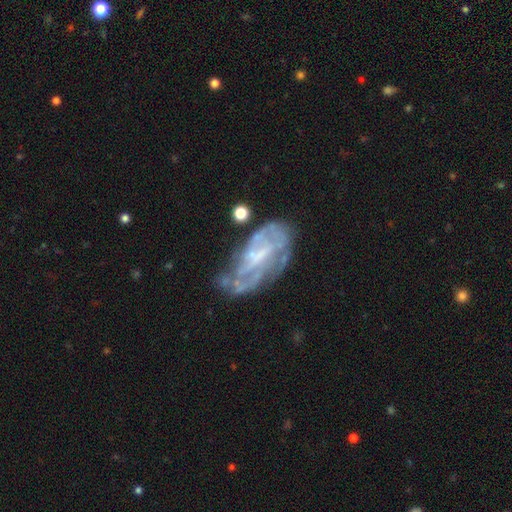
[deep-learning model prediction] Morphology: type=featured or disk (75%); edge-on=no (93%); bar=no (42%); spiral arms=yes (72%); winding=tight (48%); arm count=can't tell (50%); bulge=small (39%); merging=none (50%).